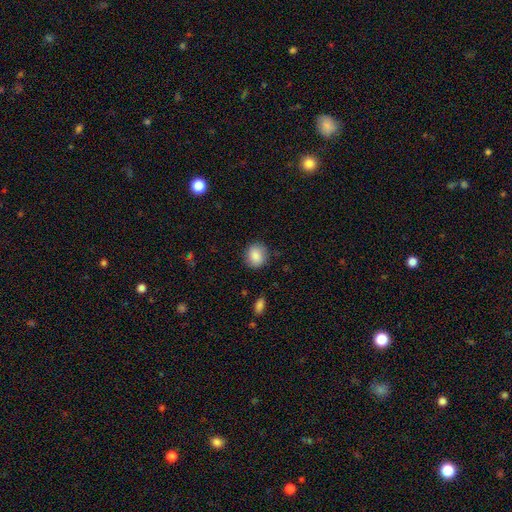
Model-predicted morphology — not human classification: type=smooth (87%); roundness=round (76%); merging=none (85%).